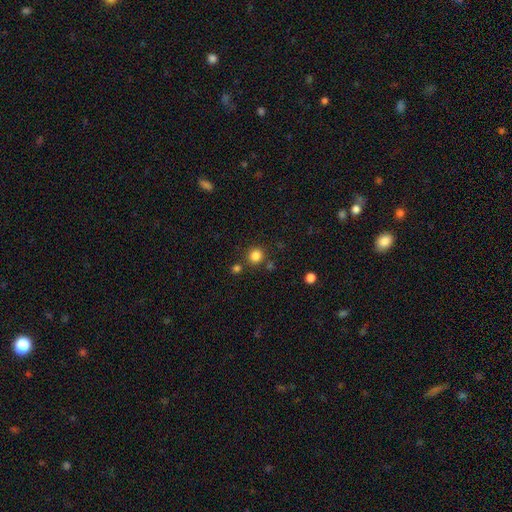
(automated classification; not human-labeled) Smooth or featured? smooth (83%)
How rounded? round (88%)
Merging? none (81%)